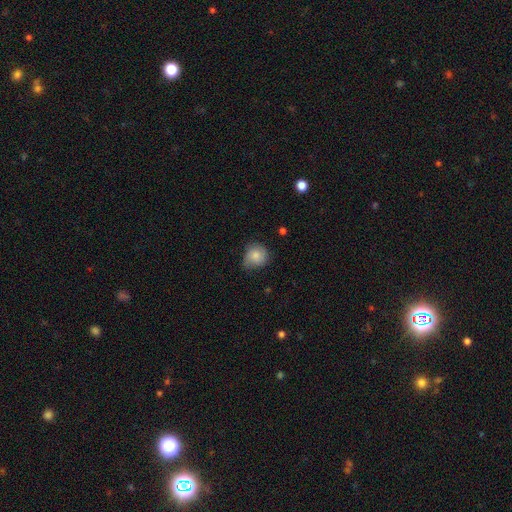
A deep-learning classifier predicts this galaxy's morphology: This is likely a smooth galaxy (78%). How rounded: clearly round (82%). Merging: possibly none (56%).